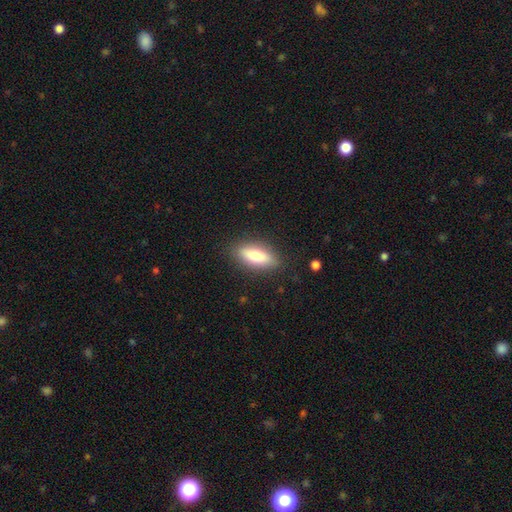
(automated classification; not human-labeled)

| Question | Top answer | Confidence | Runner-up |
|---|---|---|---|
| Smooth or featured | smooth | 72% | featured or disk (21%) |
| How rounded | in between | 69% | cigar-shaped (29%) |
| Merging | none | 86% | minor disturbance (10%) |